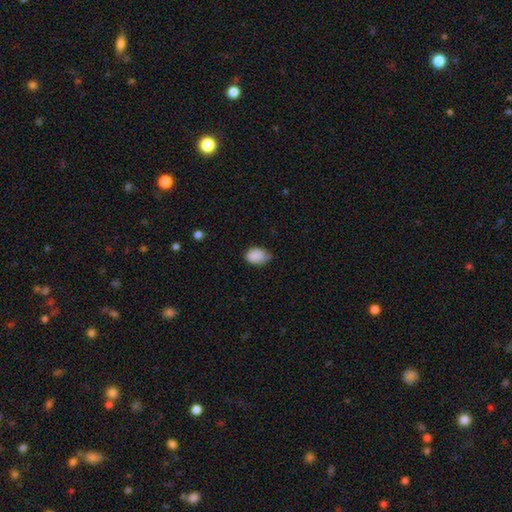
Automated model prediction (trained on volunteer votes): Overall: smooth (87%). How rounded: in between (74%). Merging: none (56%; minor disturbance 37%).